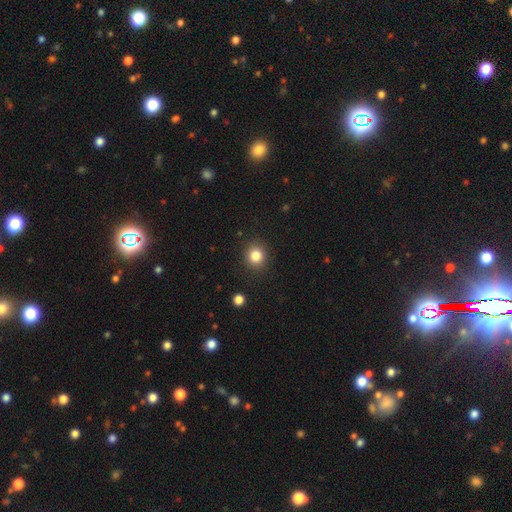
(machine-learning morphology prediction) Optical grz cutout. It shows a smooth galaxy with no disk features (83%) that is round (82%). Merging: none (89%).